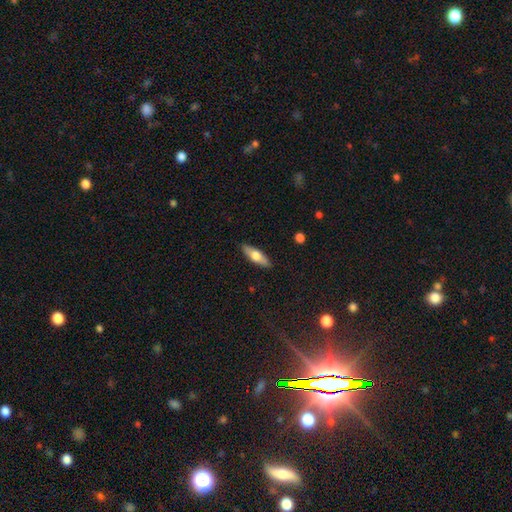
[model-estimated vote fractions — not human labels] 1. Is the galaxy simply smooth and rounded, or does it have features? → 58% smooth, 37% featured or disk, 6% star or artifact.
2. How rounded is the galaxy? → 52% in between, 46% cigar-shaped, 2% round.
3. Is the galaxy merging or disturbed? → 89% none, 8% minor disturbance, 2% major disturbance, 1% merger.